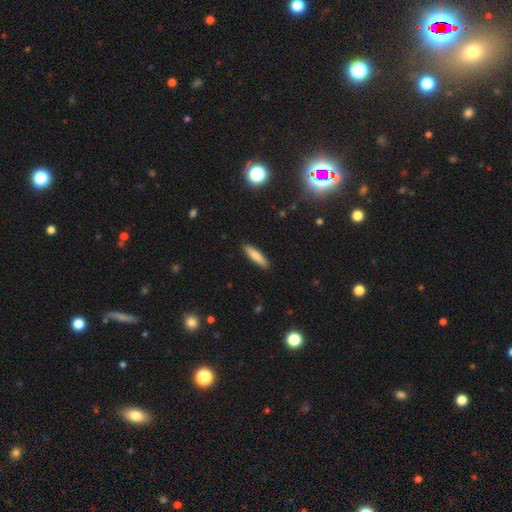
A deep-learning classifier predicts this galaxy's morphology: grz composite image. It shows a smooth galaxy with no disk features (81%) that is cigar-shaped (75%). Merging: none (90%).